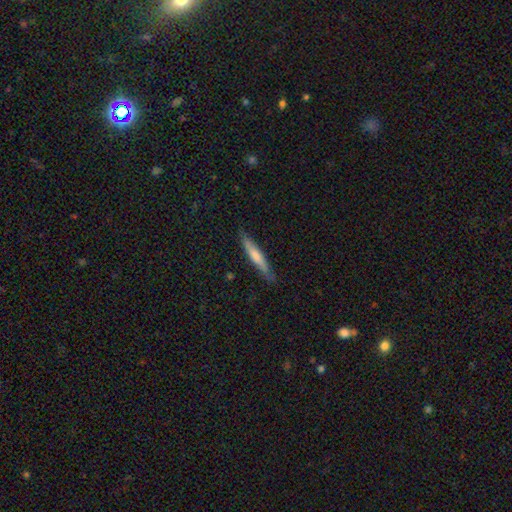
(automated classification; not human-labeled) This is likely a smooth galaxy (63%). How rounded: clearly cigar-shaped (92%). Merging: clearly none (83%).